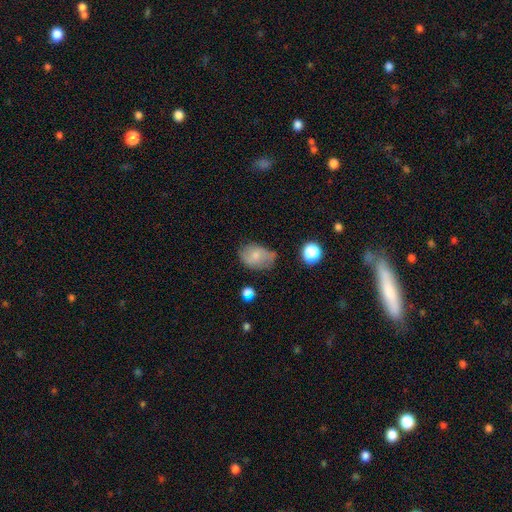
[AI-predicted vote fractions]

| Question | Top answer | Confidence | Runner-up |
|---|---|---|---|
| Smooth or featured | smooth | 66% | featured or disk (24%) |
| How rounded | in between | 77% | round (22%) |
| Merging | none | 52% | minor disturbance (33%) |